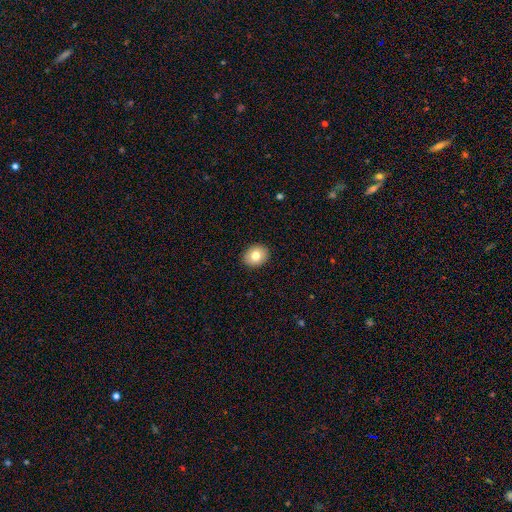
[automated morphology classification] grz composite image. It shows a smooth galaxy with no disk features (79%) that is round (53%). Merging: none (91%).